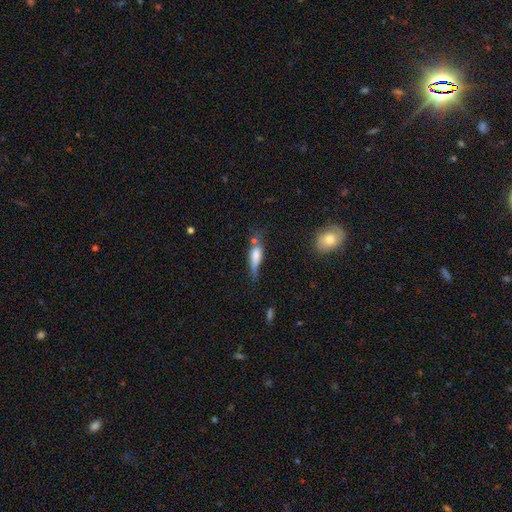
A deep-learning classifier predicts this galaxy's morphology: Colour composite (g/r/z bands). It shows a smooth galaxy with no disk features (64%) that is cigar-shaped (49%). Merging: none (42%).